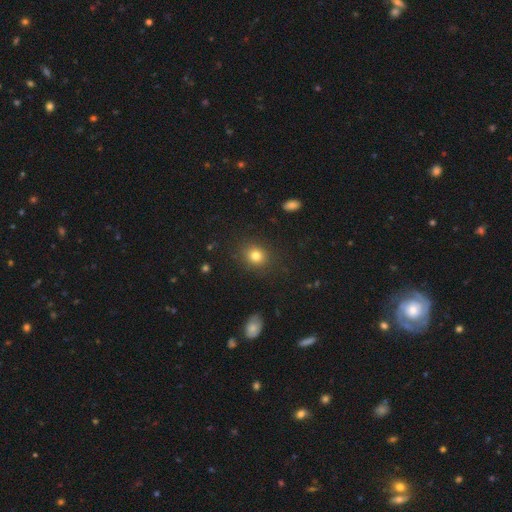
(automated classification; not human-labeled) Morphology: type=smooth (80%); roundness=round (75%); merging=none (87%).